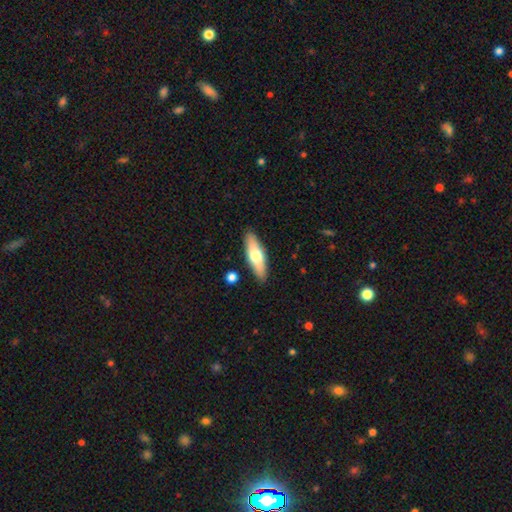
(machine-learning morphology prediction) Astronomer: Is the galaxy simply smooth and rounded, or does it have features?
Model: smooth — 61%.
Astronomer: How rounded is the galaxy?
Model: in between — 50% (runner-up: cigar-shaped, 48%).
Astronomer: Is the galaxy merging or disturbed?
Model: none — 88%.